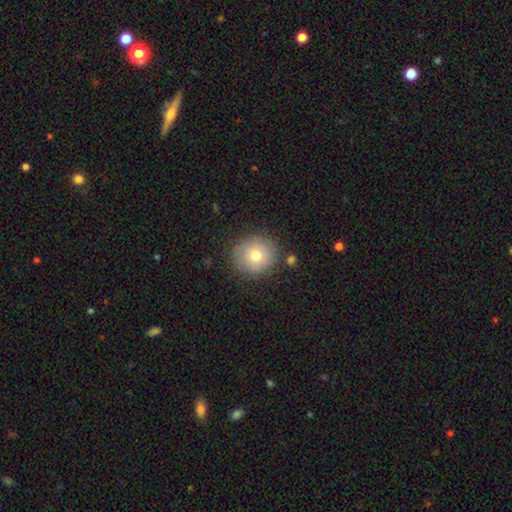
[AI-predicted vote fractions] Smooth or featured? Predicted: smooth (p=0.74). How rounded? Predicted: round (p=0.88). Merging? Predicted: none (p=0.84).